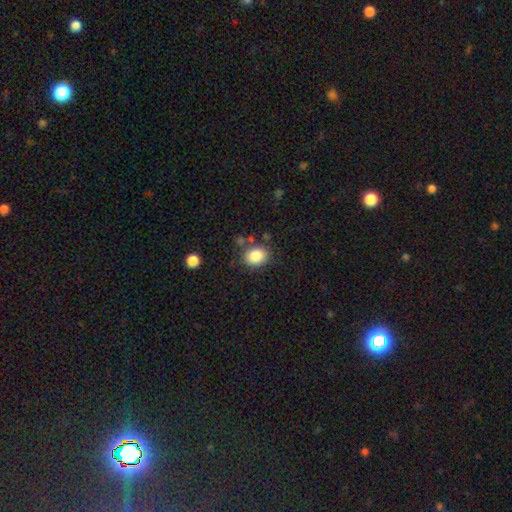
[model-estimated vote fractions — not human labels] Smooth or featured?
  - smooth: 85% *
  - star or artifact: 9%
  - featured or disk: 6%
How rounded?
  - round: 60% *
  - in between: 39%
  - cigar-shaped: 1%
Merging?
  - none: 78% *
  - minor disturbance: 12%
  - merger: 6%
  - major disturbance: 4%